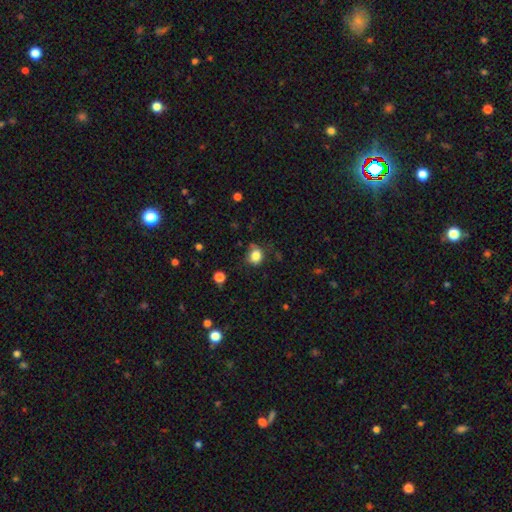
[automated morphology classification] smooth-or-featured: smooth: 82% | star or artifact: 11% | featured or disk: 7%
  how-rounded: round: 69% | in between: 30% | cigar-shaped: 1%
  merging: none: 65% | minor disturbance: 24% | major disturbance: 8% | merger: 3%